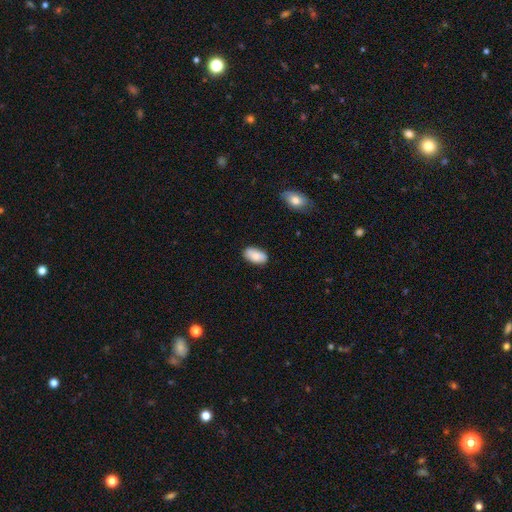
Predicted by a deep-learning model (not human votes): This is clearly a smooth galaxy (82%). How rounded: clearly in between (94%). Merging: clearly none (81%).